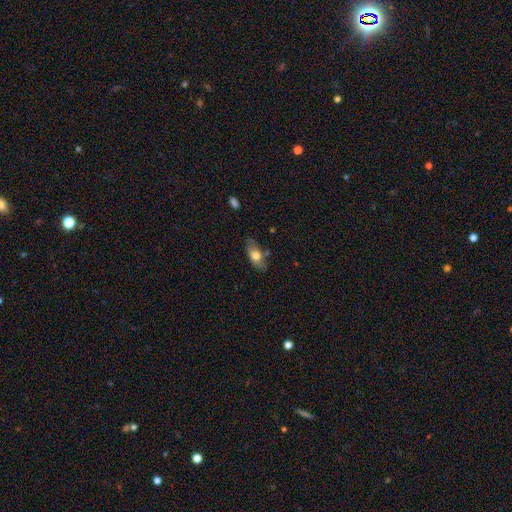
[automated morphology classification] A smooth galaxy with no disk features (67%) that is in between round and cigar-shaped (85%).

Vote fractions:
- Smooth or featured? smooth: 67% / featured or disk: 26% / star or artifact: 7%
- How rounded? in between: 85% / cigar-shaped: 10% / round: 4%
- Merging? none: 71% / minor disturbance: 20% / major disturbance: 4% / merger: 4%